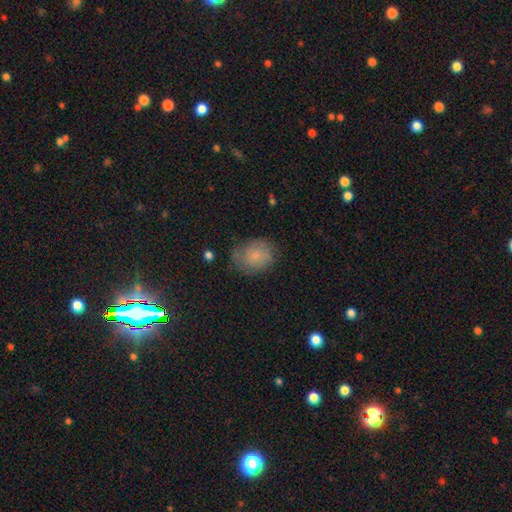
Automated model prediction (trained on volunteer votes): This is likely a smooth galaxy (66%). How rounded: possibly round (54%). Merging: likely none (63%).